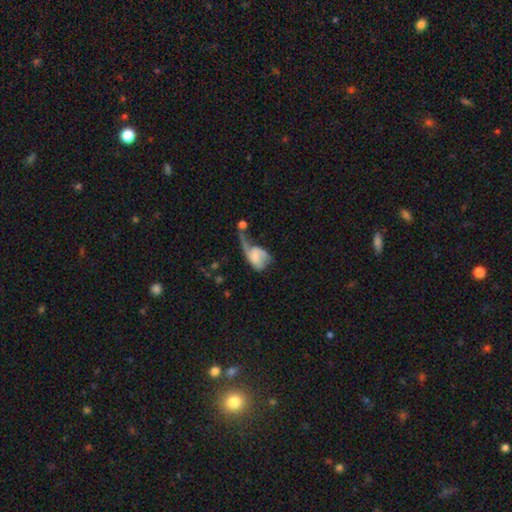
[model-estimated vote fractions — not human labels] Smooth or featured? Predicted: featured or disk (p=0.49). Merging? Predicted: major disturbance (p=0.50).